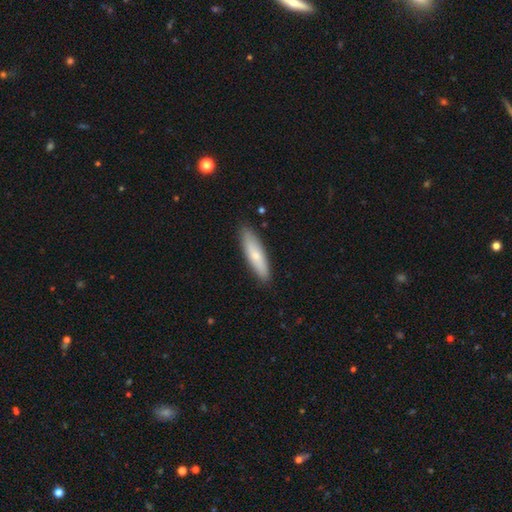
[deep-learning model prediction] A smooth galaxy with no disk features (73%) that is cigar-shaped (72%).

Vote fractions:
- Smooth or featured? smooth: 73% / featured or disk: 21% / star or artifact: 6%
- How rounded? cigar-shaped: 72% / in between: 27% / round: 2%
- Merging? none: 88% / minor disturbance: 9% / major disturbance: 2% / merger: 1%